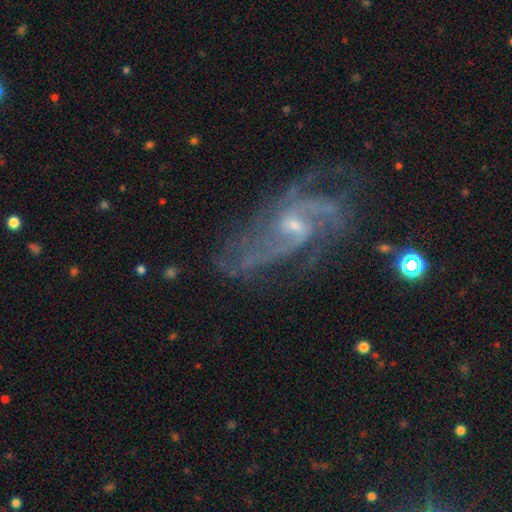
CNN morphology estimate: The model was most divided on "bar": weak: 48%, no: 41%, strong: 11%. Remaining: spiral arms — yes (96%); edge-on disk — no (96%); smooth or featured — featured or disk (88%); bulge size — small (68%); merging — none (62%); spiral winding — medium (49%); spiral arm count — 2 (37%).